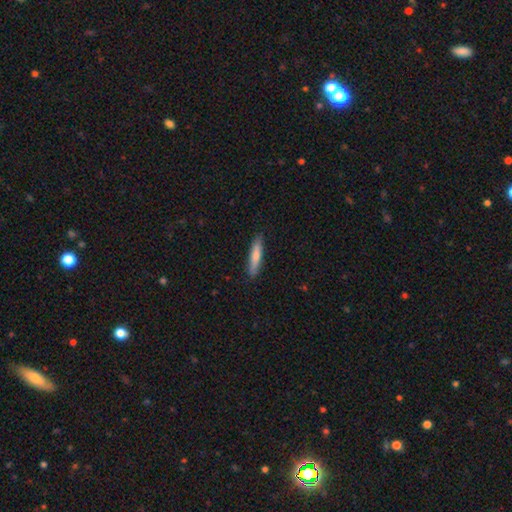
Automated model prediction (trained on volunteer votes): A smooth galaxy with no disk features (75%) that is cigar-shaped (86%). Merging: none (89%).